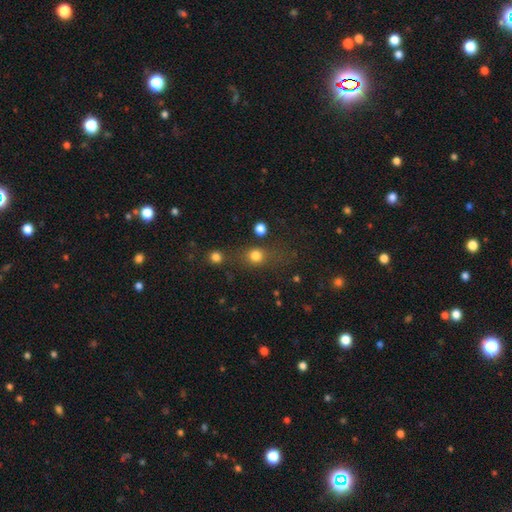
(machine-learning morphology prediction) Overall: smooth (75%). How rounded: round (73%). Merging: none (59%).